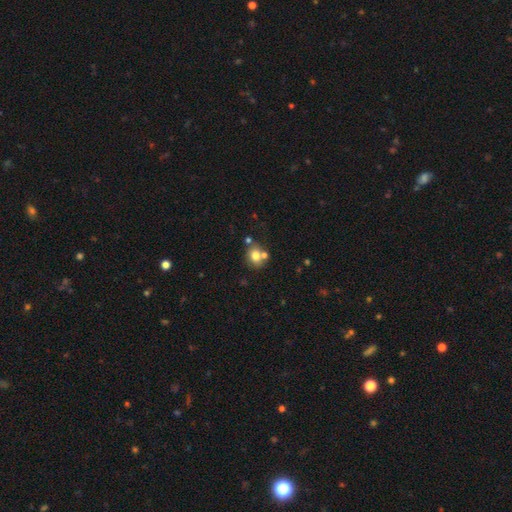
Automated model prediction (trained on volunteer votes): smooth_or_featured: smooth (p=0.74) [alt: featured or disk p=0.14]
how_rounded: round (p=0.66) [alt: in between p=0.33]
merging: none (p=0.56) [alt: merger p=0.28]